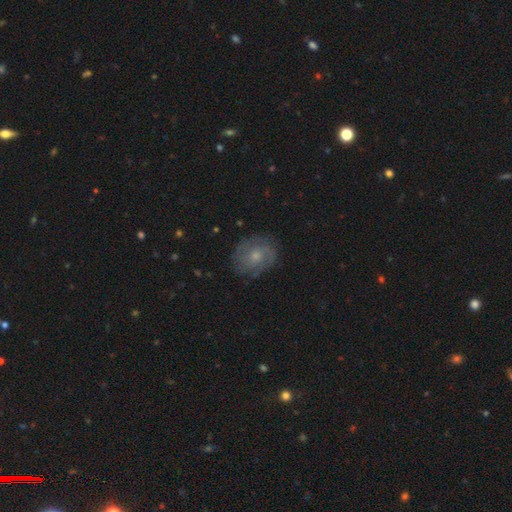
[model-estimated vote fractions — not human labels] smooth-or-featured: featured or disk: 62% | smooth: 29% | star or artifact: 9%
  disk-edge-on: no: 97% | yes: 3%
    bar: no: 74% | weak: 23% | strong: 3%
    has-spiral-arms: yes: 84% | no: 16%
      spiral-winding: tight: 52% | medium: 36% | loose: 12%
      spiral-arm-count: 2: 47% | can't tell: 31% | 3: 11% | 1: 4% | 4: 4% | more than 4: 3%
    bulge-size: moderate: 48% | small: 45% | large: 3% | none: 3% | dominant: 1%
  merging: none: 79% | minor disturbance: 15% | major disturbance: 5% | merger: 1%